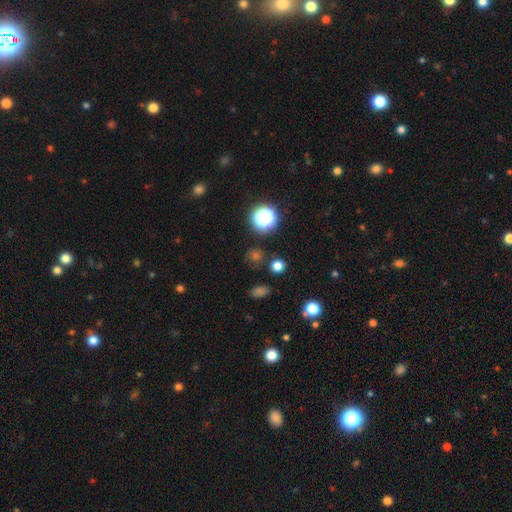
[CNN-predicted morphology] A smooth galaxy with no disk features (48%). Merging: none (82%).